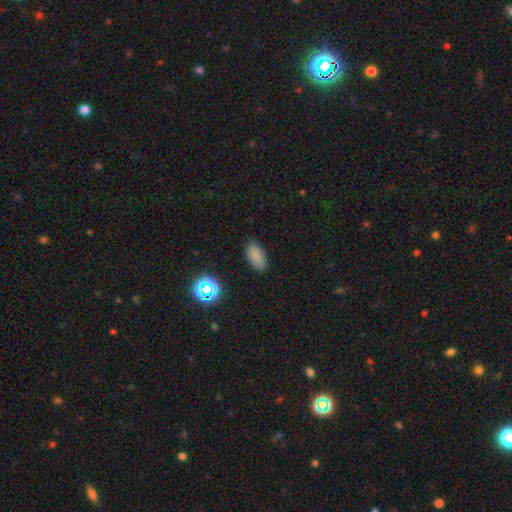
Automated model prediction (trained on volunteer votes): A smooth galaxy with no disk features (82%) that is in between round and cigar-shaped (91%).

Vote fractions:
- Smooth or featured? smooth: 82% / star or artifact: 13% / featured or disk: 5%
- How rounded? in between: 91% / cigar-shaped: 4% / round: 4%
- Merging? none: 86% / minor disturbance: 10% / major disturbance: 3% / merger: 1%